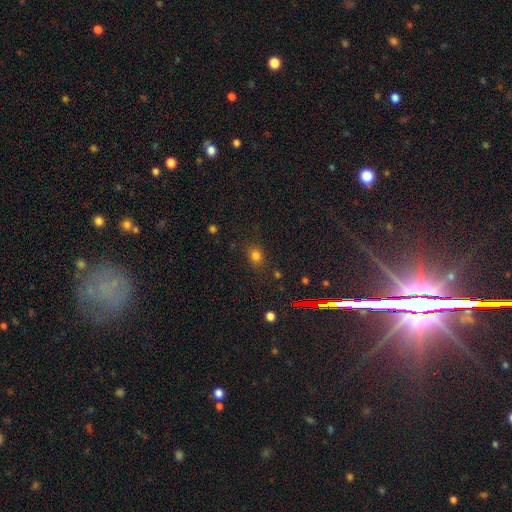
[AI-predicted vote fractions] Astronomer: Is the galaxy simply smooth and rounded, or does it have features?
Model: smooth — 75%.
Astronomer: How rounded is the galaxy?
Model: round — 58% (runner-up: in between, 41%).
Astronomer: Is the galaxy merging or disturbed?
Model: none — 80%.